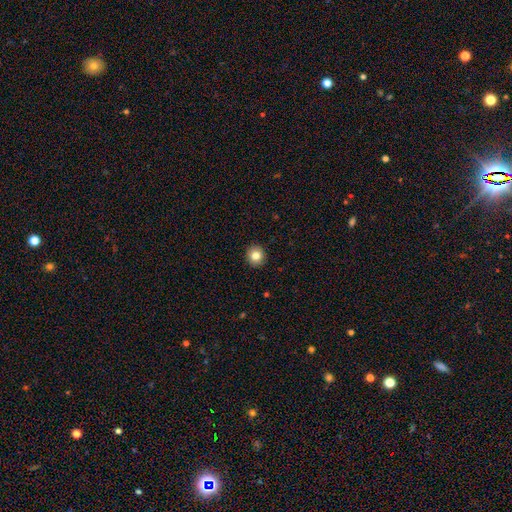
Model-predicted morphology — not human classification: Smooth or featured: smooth — 82% (star or artifact — 10%)
How rounded: round — 91% (in between — 8%)
Merging: none — 92% (minor disturbance — 5%)